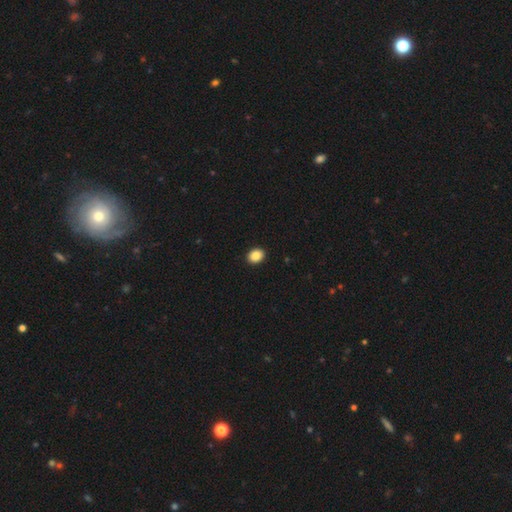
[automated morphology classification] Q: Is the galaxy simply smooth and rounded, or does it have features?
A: smooth — 88%.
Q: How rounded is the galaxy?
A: in between — 58%.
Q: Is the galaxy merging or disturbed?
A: none — 92%.